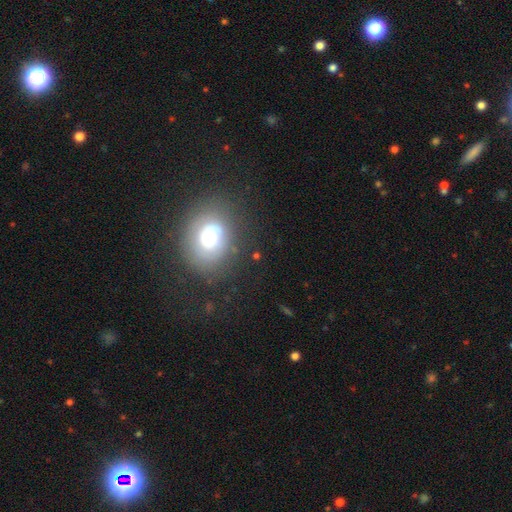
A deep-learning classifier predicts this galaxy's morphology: smooth-or-featured: smooth: 50% | featured or disk: 37% | star or artifact: 13%
  merging: none: 69% | minor disturbance: 18% | major disturbance: 10% | merger: 3%